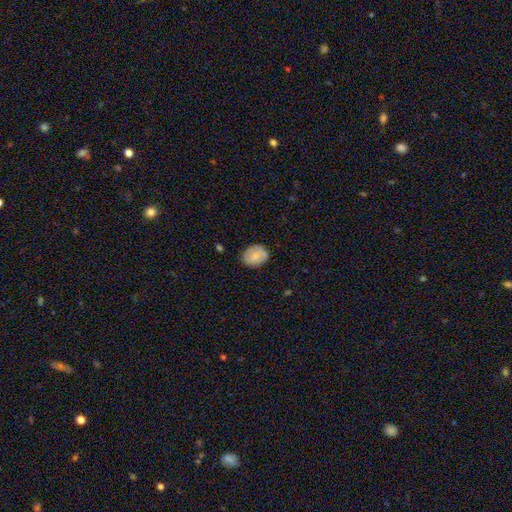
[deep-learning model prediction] Overall: smooth (66%; featured or disk 26%). How rounded: in between (59%; round 40%). Merging: none (74%).